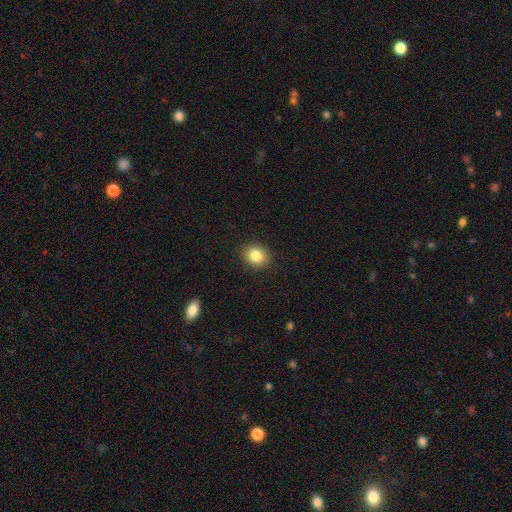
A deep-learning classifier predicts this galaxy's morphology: Smooth or featured? Predicted: smooth (p=0.84). How rounded? Predicted: round (p=0.63). Merging? Predicted: none (p=0.90).